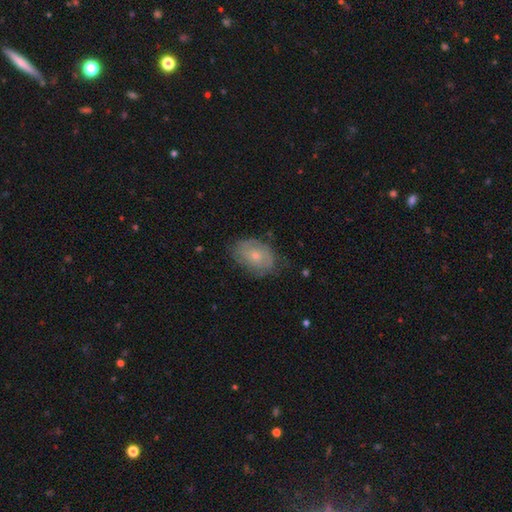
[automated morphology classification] smooth-or-featured: featured or disk: 49% | smooth: 43% | star or artifact: 8%
  merging: none: 66% | minor disturbance: 25% | major disturbance: 8% | merger: 1%